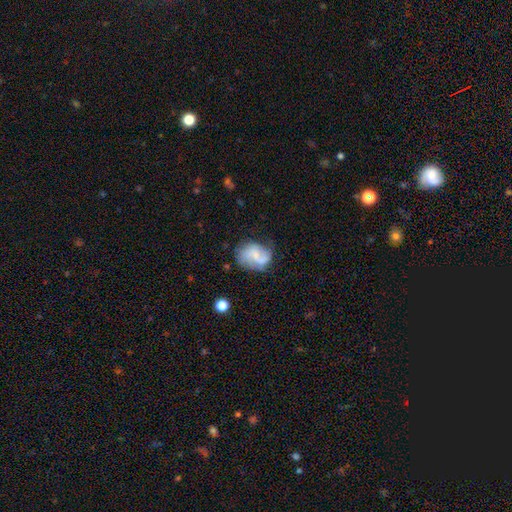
Morphology: type=featured or disk (54%); edge-on=no (100%); bar=no (62%); spiral arms=yes (95%); winding=tight (40%, tied with loose); arm count=2 (50%); bulge=small (52%); merging=none (62%).